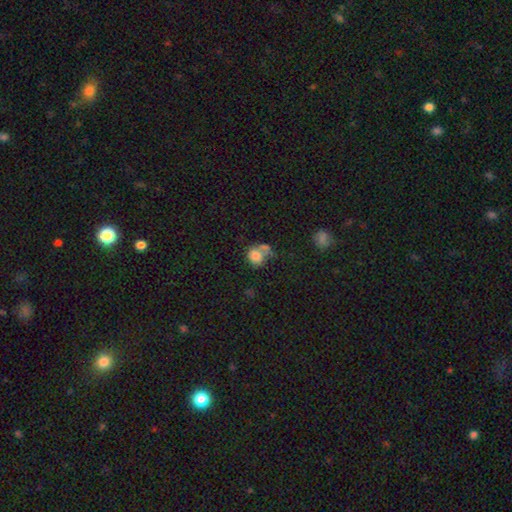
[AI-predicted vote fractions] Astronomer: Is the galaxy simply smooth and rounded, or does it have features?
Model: smooth — 77%.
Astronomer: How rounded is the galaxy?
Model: round — 70%.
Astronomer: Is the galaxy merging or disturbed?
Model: none — 36% (runner-up: merger, 34%).